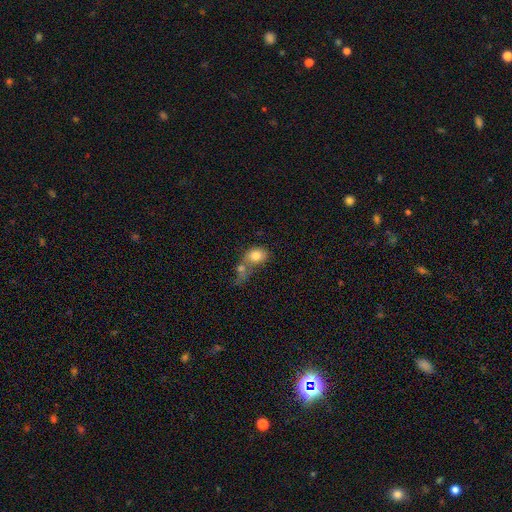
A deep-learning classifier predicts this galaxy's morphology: Overall: smooth (79%). How rounded: in between (54%; round 45%). Merging: merger (53%; none 27%).